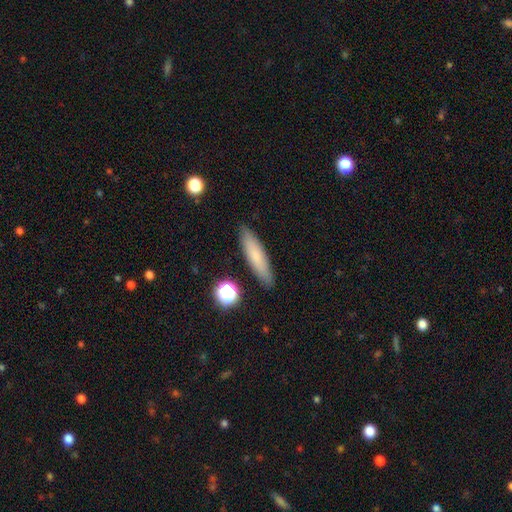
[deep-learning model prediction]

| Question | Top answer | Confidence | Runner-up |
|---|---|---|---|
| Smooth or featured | smooth | 71% | featured or disk (21%) |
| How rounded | cigar-shaped | 78% | in between (20%) |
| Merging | none | 87% | minor disturbance (9%) |